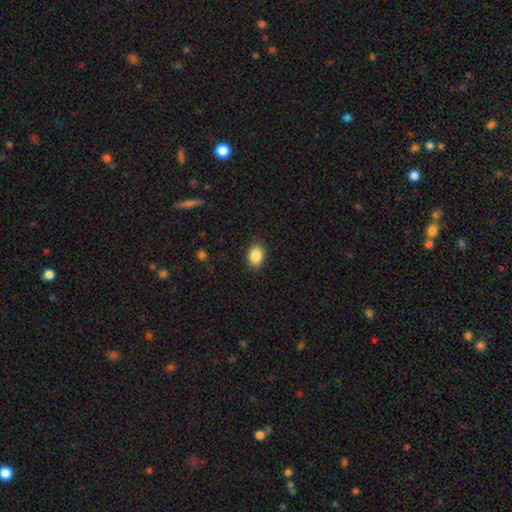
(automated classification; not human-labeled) smooth-or-featured: smooth: 87% | star or artifact: 8% | featured or disk: 5%
  how-rounded: in between: 73% | round: 26% | cigar-shaped: 1%
  merging: none: 87% | minor disturbance: 9% | major disturbance: 2% | merger: 1%